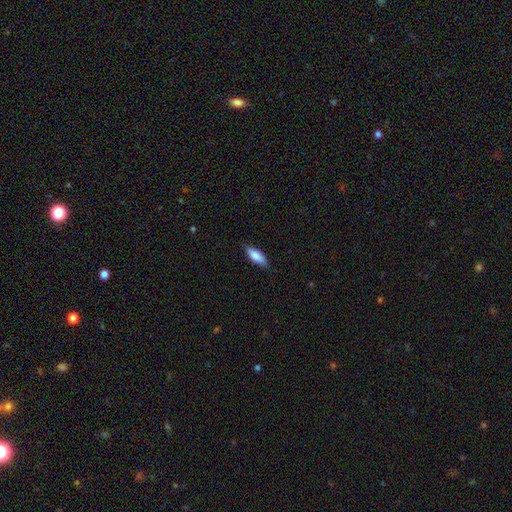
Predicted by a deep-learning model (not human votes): Morphology: type=smooth (83%); roundness=in between (64%); merging=none (84%).